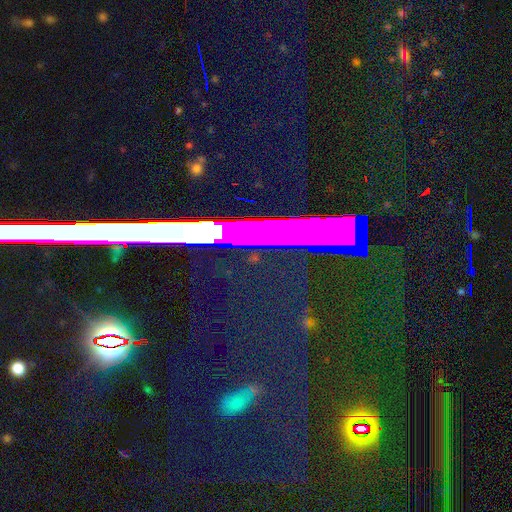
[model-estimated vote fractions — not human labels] Overall: star or artifact (78%).